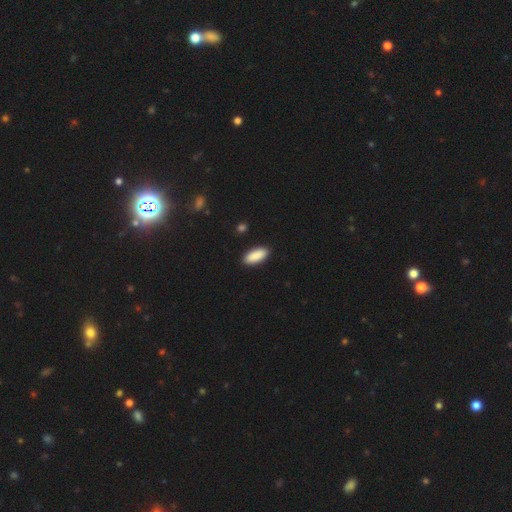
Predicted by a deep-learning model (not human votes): A smooth galaxy with no disk features (90%) that is in between round and cigar-shaped (83%).

Vote fractions:
- Smooth or featured? smooth: 90% / star or artifact: 6% / featured or disk: 4%
- How rounded? in between: 83% / cigar-shaped: 16% / round: 2%
- Merging? none: 90% / minor disturbance: 7% / major disturbance: 2% / merger: 1%